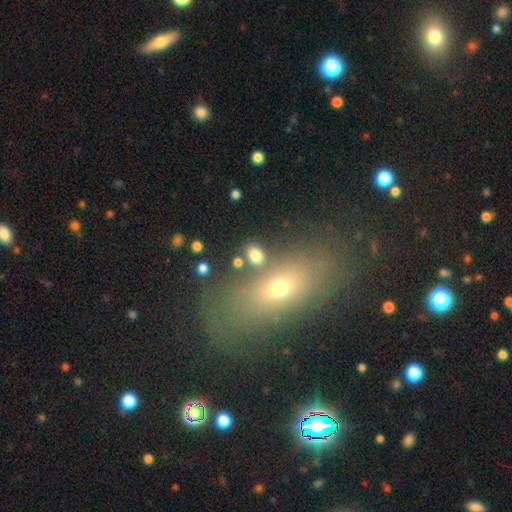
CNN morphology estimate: smooth-or-featured: smooth: 78% | star or artifact: 12% | featured or disk: 10%
  how-rounded: in between: 70% | round: 28% | cigar-shaped: 3%
  merging: none: 73% | merger: 11% | minor disturbance: 10% | major disturbance: 6%